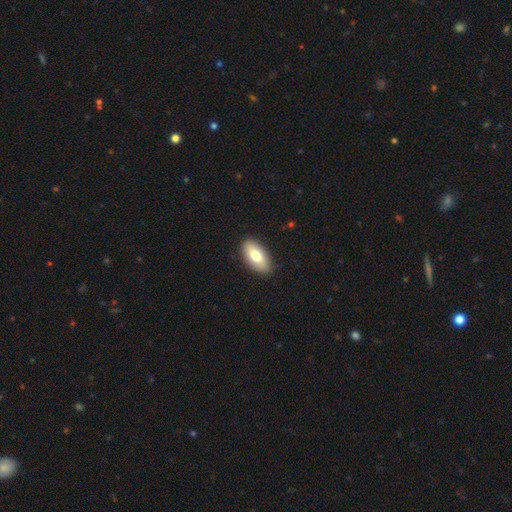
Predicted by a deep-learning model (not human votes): Overall: smooth (77%). How rounded: in between (91%). Merging: none (87%).